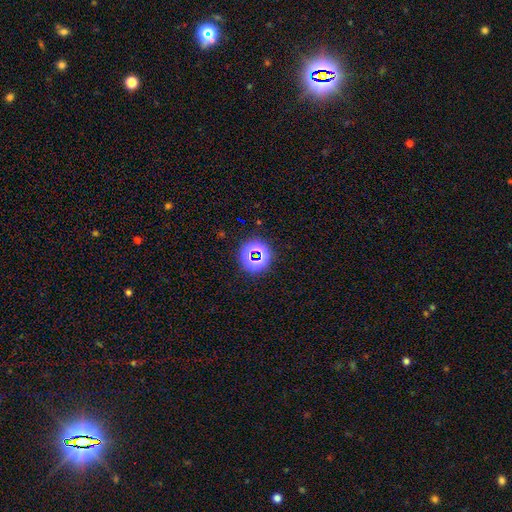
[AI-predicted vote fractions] A star or artifact, not a galaxy (62%).